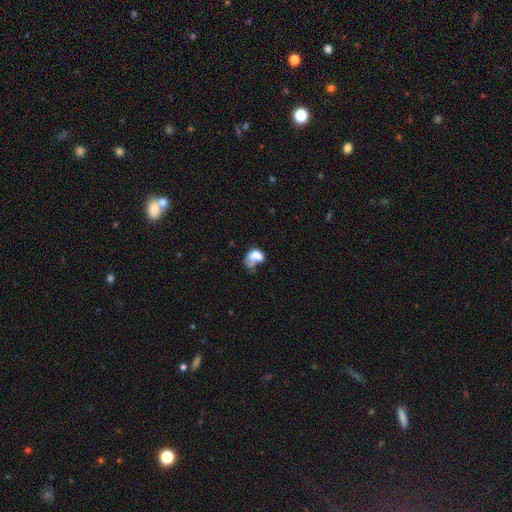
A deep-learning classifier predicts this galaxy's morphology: type=smooth (62%); roundness=in between (78%); merging=major disturbance (34%).